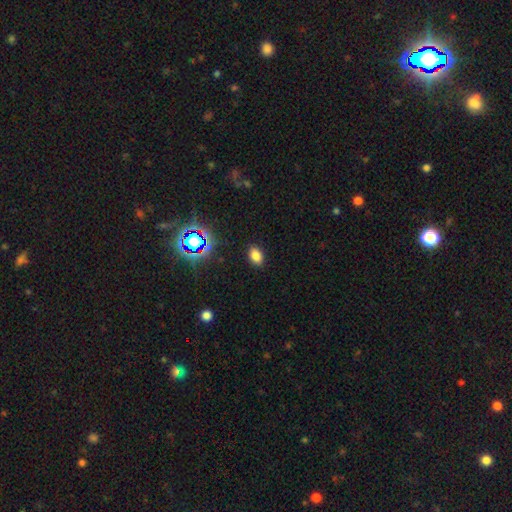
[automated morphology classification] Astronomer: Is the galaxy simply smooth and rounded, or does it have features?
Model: smooth — 77%.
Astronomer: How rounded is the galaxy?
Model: in between — 82%.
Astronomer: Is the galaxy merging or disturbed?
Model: none — 88%.